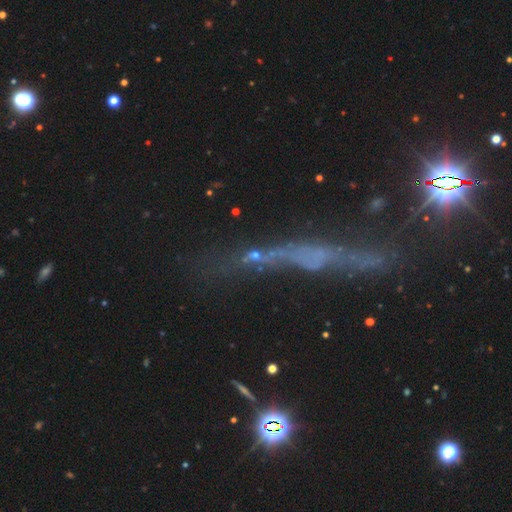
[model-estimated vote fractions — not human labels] smooth-or-featured: featured or disk: 37% | star or artifact: 32% | smooth: 31%
  merging: none: 29% (tied) | major disturbance: 29% (tied) | merger: 27% | minor disturbance: 15%